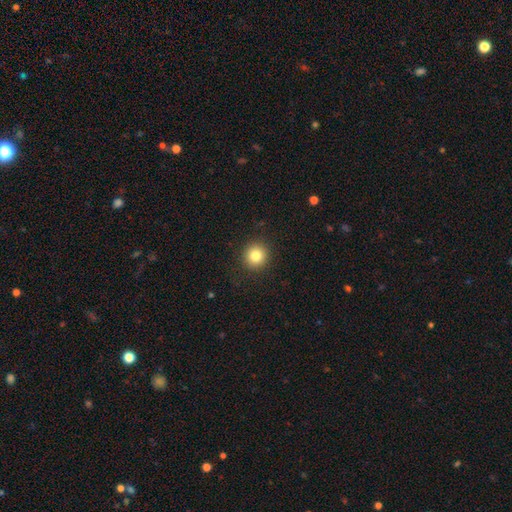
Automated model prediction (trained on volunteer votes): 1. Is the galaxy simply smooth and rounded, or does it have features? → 82% smooth, 11% star or artifact, 7% featured or disk.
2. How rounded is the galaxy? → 92% round, 7% in between, 1% cigar-shaped.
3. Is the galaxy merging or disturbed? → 91% none, 6% minor disturbance, 2% major disturbance, 1% merger.